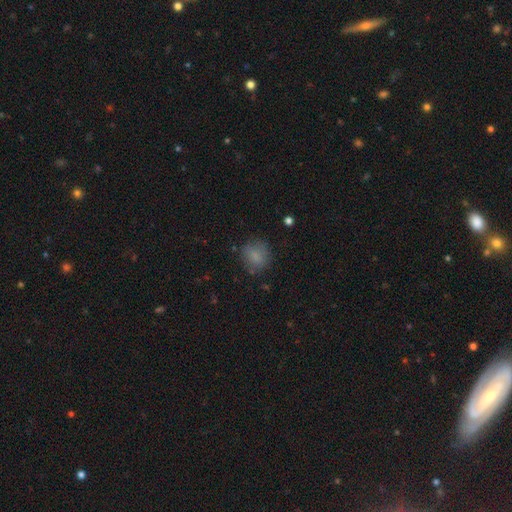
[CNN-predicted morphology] The model was most divided on "how rounded": round: 74%, in between: 25%, cigar-shaped: 1%. More confident: smooth or featured — smooth (79%); merging — none (75%).